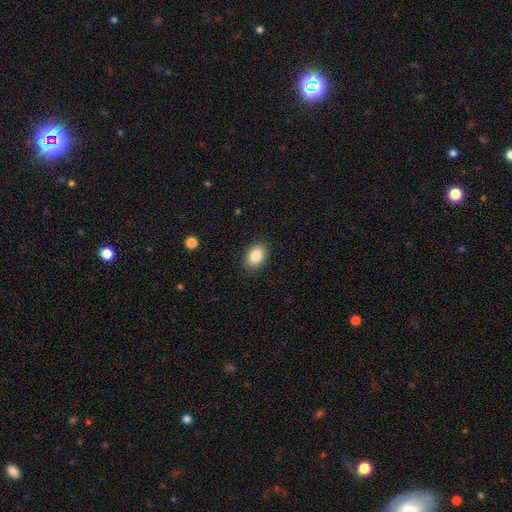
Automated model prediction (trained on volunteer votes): Smooth or featured? Predicted: smooth (p=0.86). How rounded? Predicted: in between (p=0.82). Merging? Predicted: none (p=0.88).